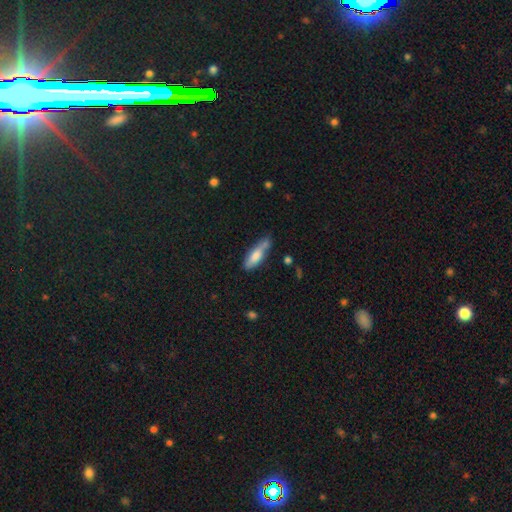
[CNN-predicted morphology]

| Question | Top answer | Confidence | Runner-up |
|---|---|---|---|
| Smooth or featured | smooth | 70% | featured or disk (24%) |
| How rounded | cigar-shaped | 58% | in between (40%) |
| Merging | none | 58% | minor disturbance (29%) |